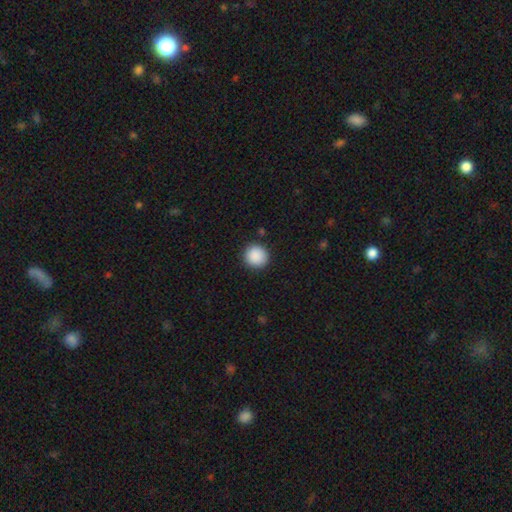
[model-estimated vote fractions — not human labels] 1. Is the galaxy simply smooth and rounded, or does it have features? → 89% smooth, 8% star or artifact, 3% featured or disk.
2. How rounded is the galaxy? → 95% round, 5% in between, 1% cigar-shaped.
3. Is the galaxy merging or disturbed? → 90% none, 7% minor disturbance, 2% major disturbance, 1% merger.